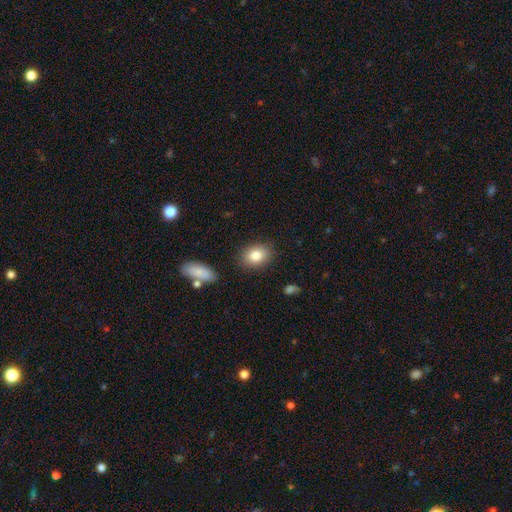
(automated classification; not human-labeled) This is clearly a smooth galaxy (84%). How rounded: likely in between (66%). Merging: clearly none (85%).